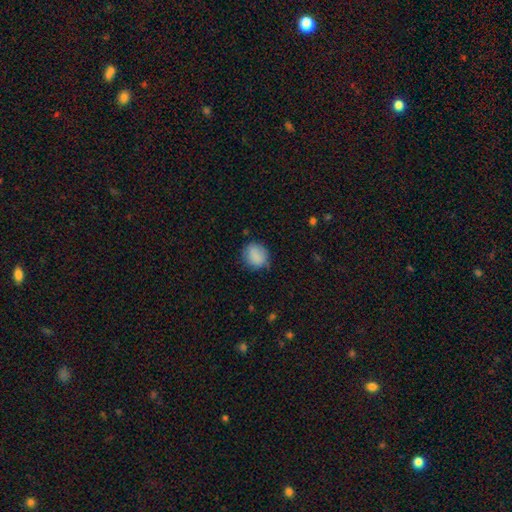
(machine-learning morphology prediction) This is clearly a smooth galaxy (86%). How rounded: likely round (65%). Merging: likely none (72%).